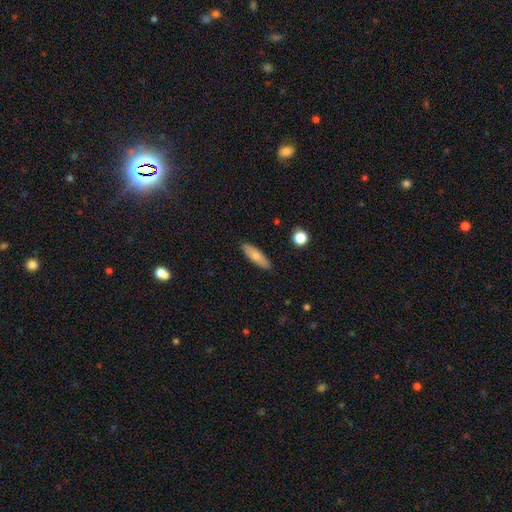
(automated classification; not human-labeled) smooth 71%, featured or disk 22%, star or artifact 6%. Down the decision tree: how rounded — cigar-shaped (53%); merging — none (88%).